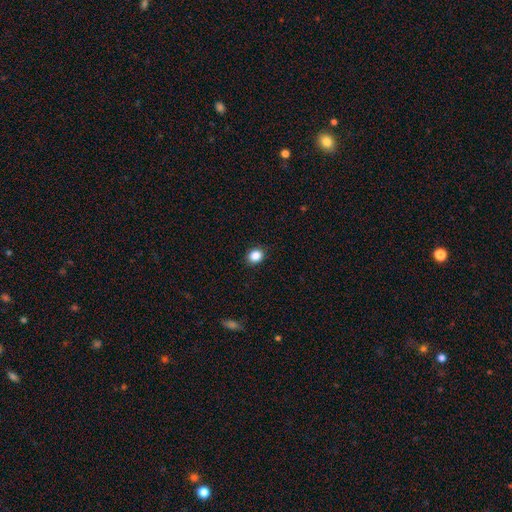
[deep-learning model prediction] smooth-or-featured: smooth: 85% | star or artifact: 10% | featured or disk: 4%
  how-rounded: round: 71% | in between: 28% | cigar-shaped: 1%
  merging: none: 91% | minor disturbance: 6% | major disturbance: 2% | merger: 1%